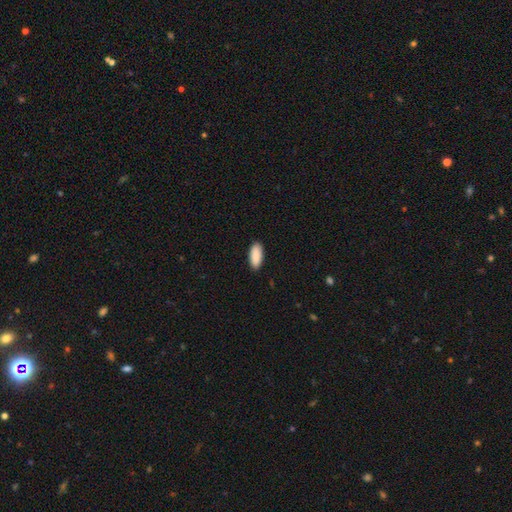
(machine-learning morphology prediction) type=smooth (91%); roundness=in between (87%); merging=none (89%).